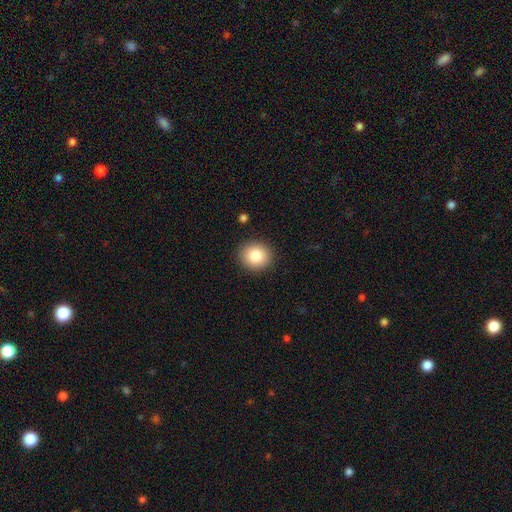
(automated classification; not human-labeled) This is clearly a smooth galaxy (83%). How rounded: clearly round (81%). Merging: clearly none (90%).